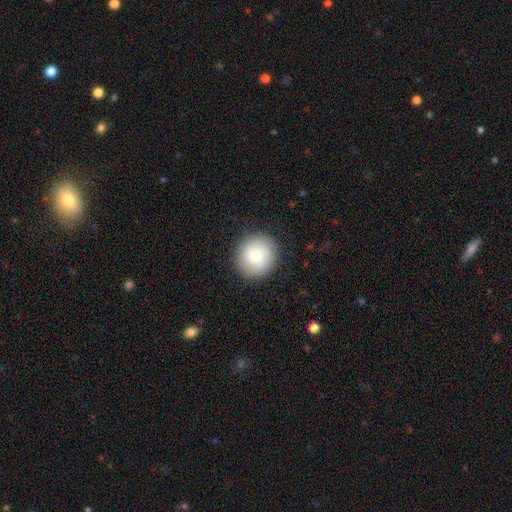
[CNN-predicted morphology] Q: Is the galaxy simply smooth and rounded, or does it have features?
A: smooth — 73%.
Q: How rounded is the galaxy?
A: round — 91%.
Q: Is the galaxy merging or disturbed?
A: none — 89%.